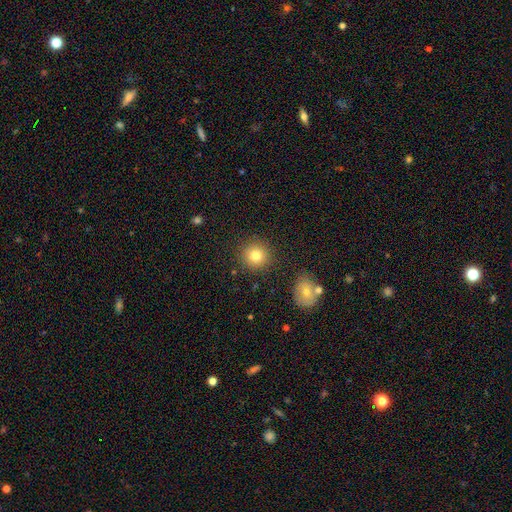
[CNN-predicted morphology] smooth 80%, star or artifact 12%, featured or disk 9%. Down the decision tree: how rounded — round (93%); merging — none (88%).